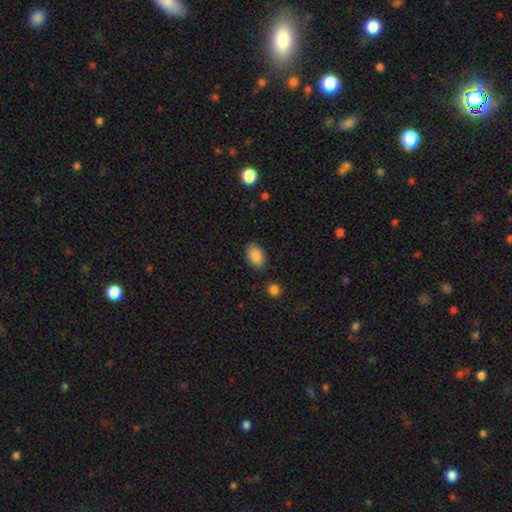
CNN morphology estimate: This is clearly a smooth galaxy (87%). How rounded: clearly in between (89%). Merging: clearly none (83%).